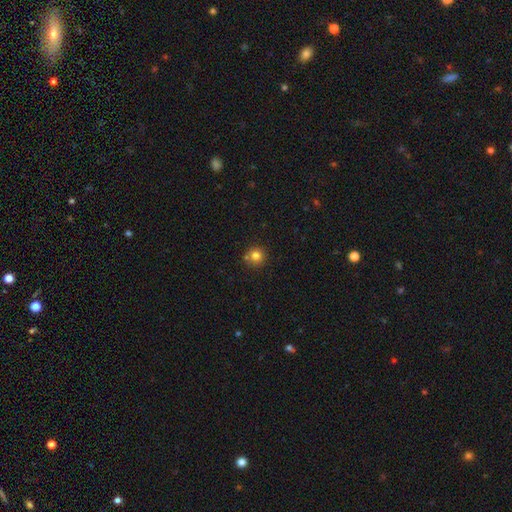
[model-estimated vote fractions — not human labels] This appears to be a smooth galaxy with no disk features (80%) that is round (93%). Merging: none (75%).